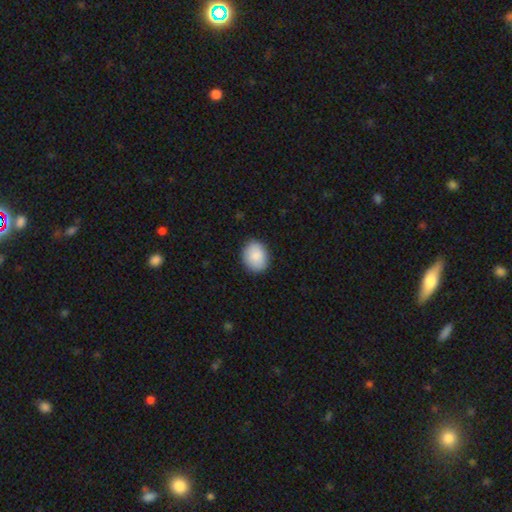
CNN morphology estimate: A smooth galaxy with no disk features (87%) that is round (51%).

Vote fractions:
- Smooth or featured? smooth: 87% / star or artifact: 6% / featured or disk: 6%
- How rounded? round: 51% / in between: 49% / cigar-shaped: 1%
- Merging? none: 87% / minor disturbance: 10% / major disturbance: 2% / merger: 1%